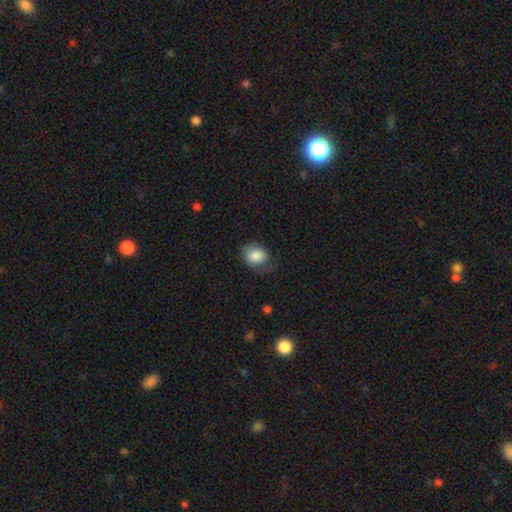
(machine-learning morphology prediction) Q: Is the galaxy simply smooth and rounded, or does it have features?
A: smooth — 82%.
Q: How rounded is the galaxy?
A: in between — 52%.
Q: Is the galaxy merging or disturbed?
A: none — 54%.